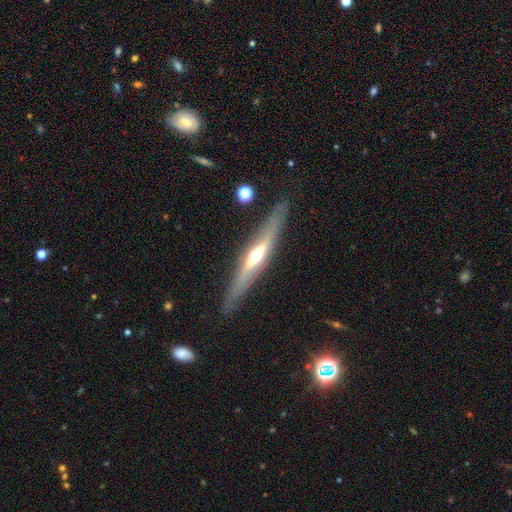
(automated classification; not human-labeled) A featured or disk galaxy (70%) viewed edge-on (88%) with a rounded central bulge (76%).

Vote fractions:
- Smooth or featured? featured or disk: 70% / smooth: 24% / star or artifact: 6%
- Edge-on disk? yes: 88% / no: 12%
- Edge-on bulge? rounded: 76% / none: 14% / boxy: 10%
- Merging? none: 82% / minor disturbance: 12% / major disturbance: 4% / merger: 2%